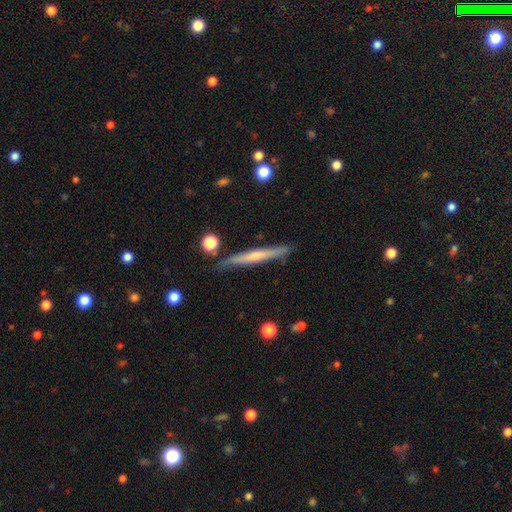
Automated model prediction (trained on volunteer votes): smooth_or_featured: featured or disk (p=0.56) [alt: smooth p=0.38]
disk_edge_on: yes (p=0.96) [alt: no p=0.04]
edge_on_bulge: none (p=0.50) [alt: rounded p=0.43]
merging: none (p=0.86) [alt: minor disturbance p=0.10]